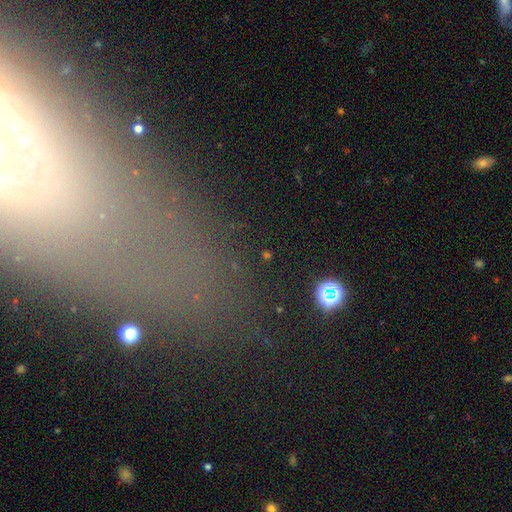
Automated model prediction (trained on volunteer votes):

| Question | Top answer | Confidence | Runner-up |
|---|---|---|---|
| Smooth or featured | star or artifact | 46% | smooth (27%) |